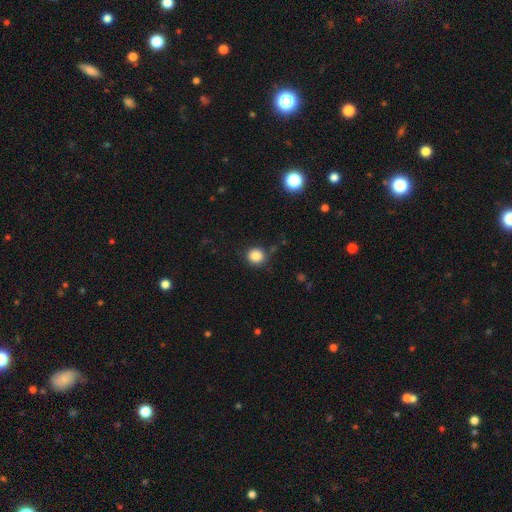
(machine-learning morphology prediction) This appears to be a smooth galaxy with no disk features (86%) that is round (89%). Merging: none (82%).